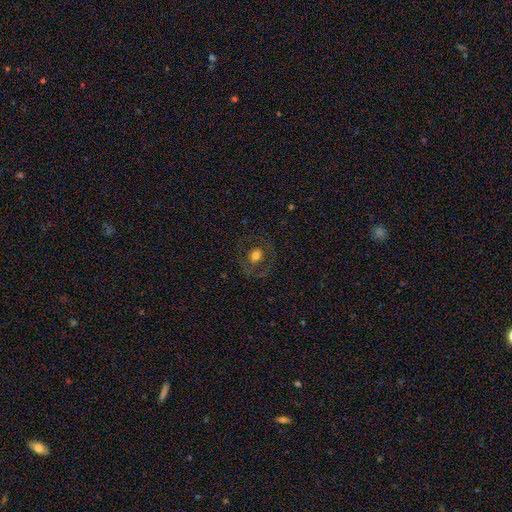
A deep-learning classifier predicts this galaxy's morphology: This is possibly a smooth galaxy (55%). How rounded: likely round (78%). Merging: likely none (80%).